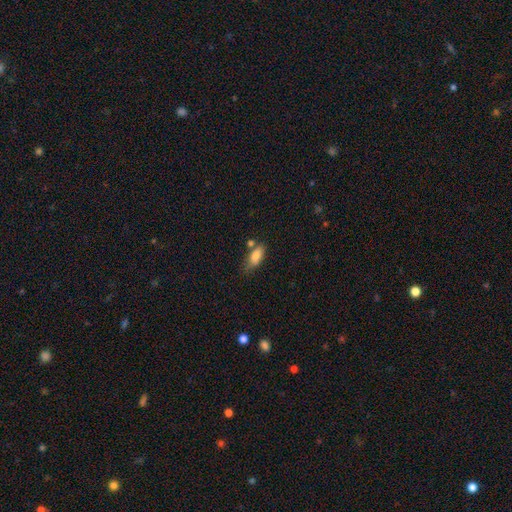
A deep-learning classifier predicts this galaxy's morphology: Smooth or featured: smooth — 82% (featured or disk — 10%)
How rounded: in between — 82% (cigar-shaped — 14%)
Merging: none — 52% (minor disturbance — 25%)